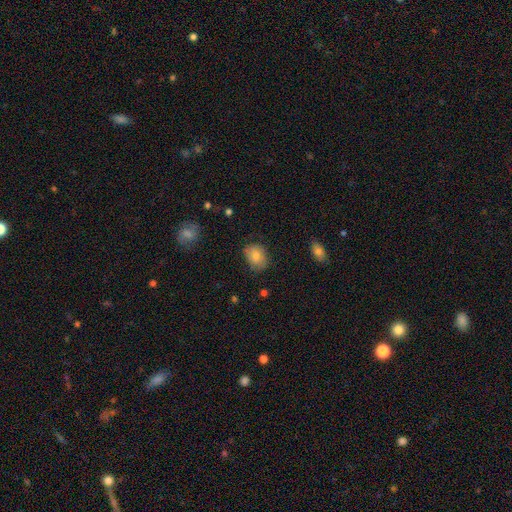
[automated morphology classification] The model was most divided on "how rounded": in between: 68%, round: 31%, cigar-shaped: 1%. More confident: smooth or featured — smooth (78%); merging — none (71%).